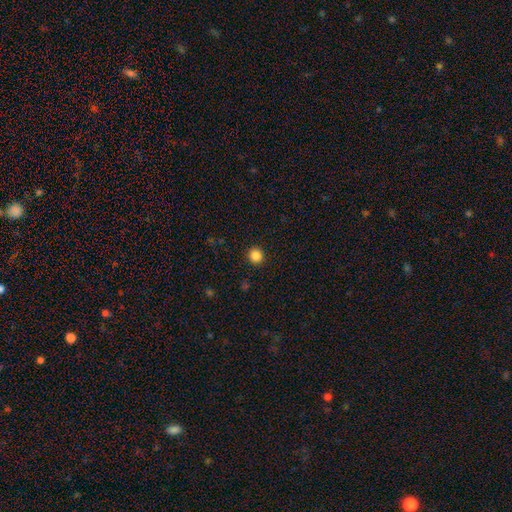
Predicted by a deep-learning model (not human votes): This appears to be a smooth galaxy with no disk features (86%) that is round (92%). Merging: none (92%).